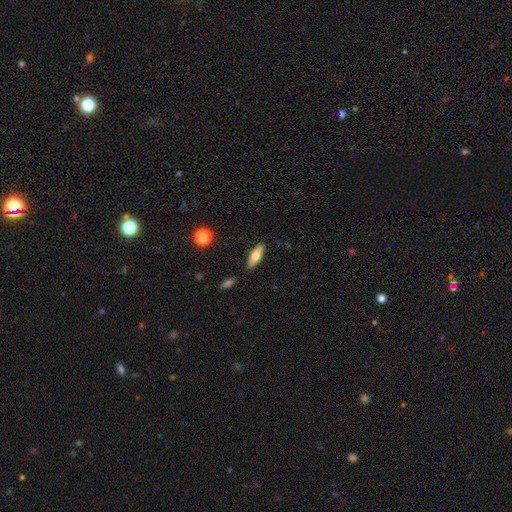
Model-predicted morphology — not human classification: This is likely a smooth galaxy (64%). How rounded: possibly in between (57%). Merging: clearly none (86%).